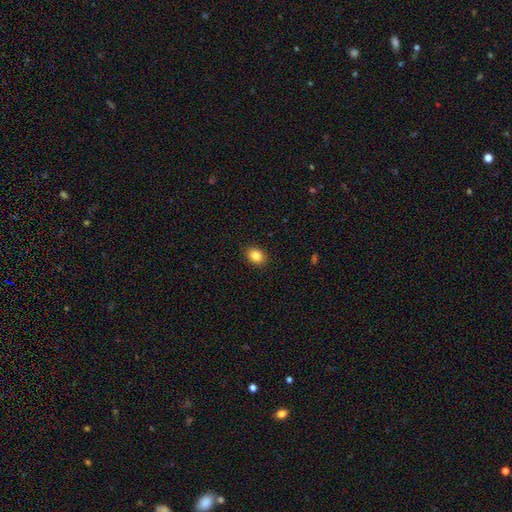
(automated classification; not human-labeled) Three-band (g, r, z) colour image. It shows a smooth galaxy with no disk features (86%) that is in between round and cigar-shaped (67%). Merging: none (89%).